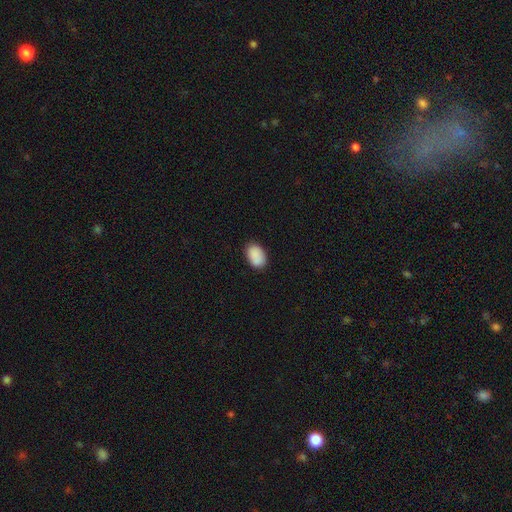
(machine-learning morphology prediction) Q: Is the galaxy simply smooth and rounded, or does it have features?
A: smooth — 90%.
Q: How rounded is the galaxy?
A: in between — 87%.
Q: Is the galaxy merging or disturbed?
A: none — 86%.